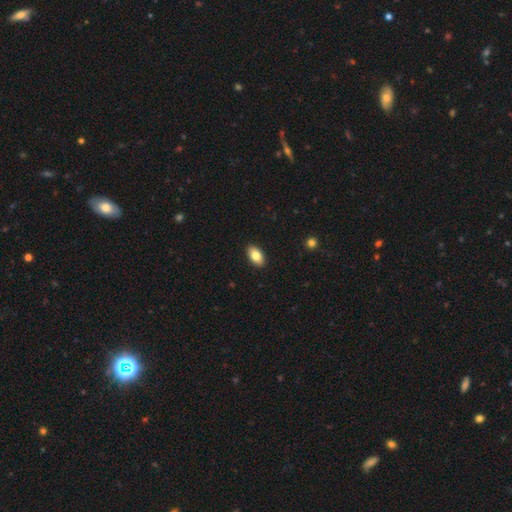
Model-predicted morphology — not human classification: A smooth galaxy with no disk features (82%) that is in between round and cigar-shaped (93%).

Vote fractions:
- Smooth or featured? smooth: 82% / featured or disk: 11% / star or artifact: 7%
- How rounded? in between: 93% / round: 5% / cigar-shaped: 2%
- Merging? none: 91% / minor disturbance: 7% / major disturbance: 2% / merger: 1%